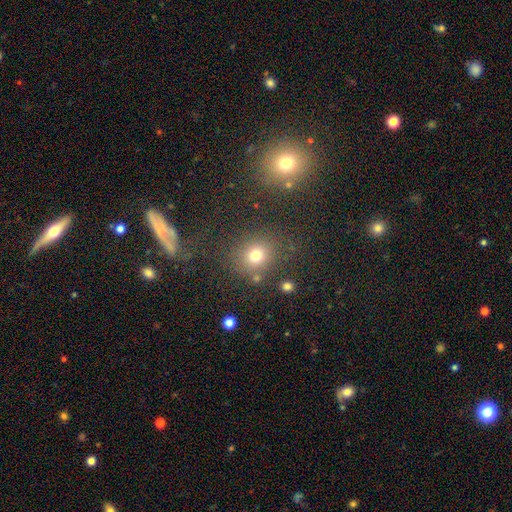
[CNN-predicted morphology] Smooth or featured? smooth (73%)
How rounded? round (77%)
Merging? none (75%)